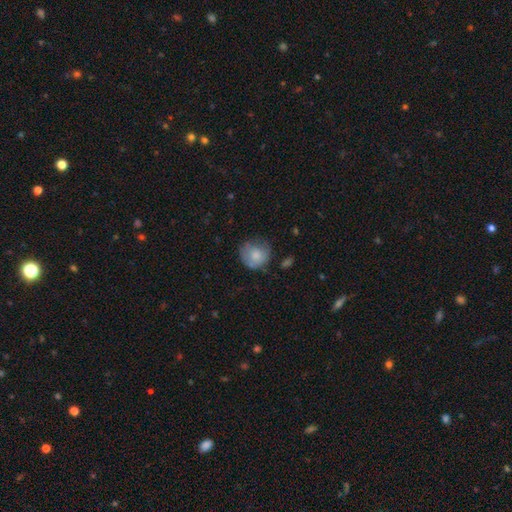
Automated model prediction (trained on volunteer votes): Q: Smooth or featured?
A: smooth (77%); runner-up: featured or disk (16%)
Q: How rounded?
A: round (87%); runner-up: in between (12%)
Q: Merging?
A: none (60%); runner-up: minor disturbance (28%)